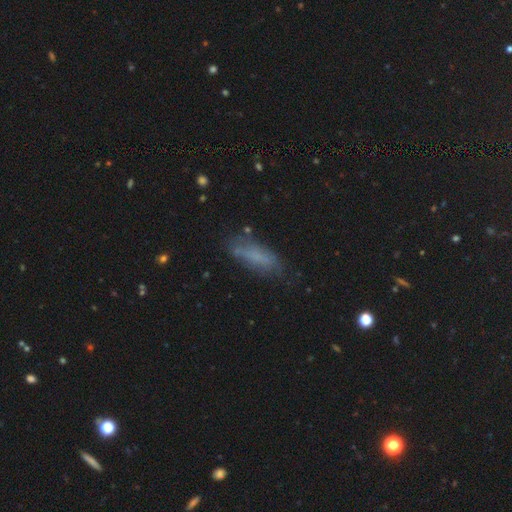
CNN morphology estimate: Q: Smooth or featured?
A: smooth (67%); runner-up: featured or disk (22%)
Q: How rounded?
A: in between (53%); runner-up: cigar-shaped (44%)
Q: Merging?
A: none (66%); runner-up: minor disturbance (23%)